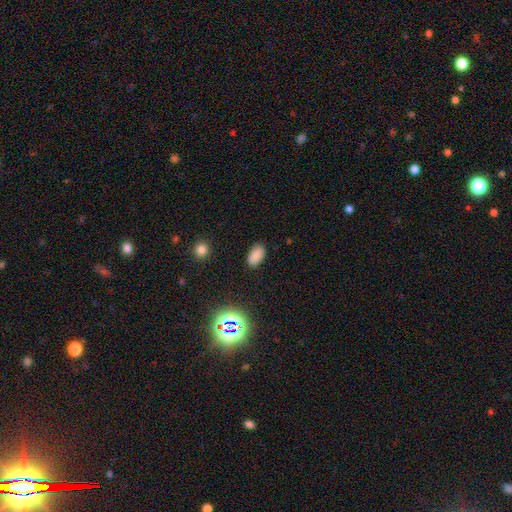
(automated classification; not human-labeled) Q: Smooth or featured?
A: smooth (81%); runner-up: star or artifact (13%)
Q: How rounded?
A: in between (93%); runner-up: round (5%)
Q: Merging?
A: none (87%); runner-up: minor disturbance (10%)